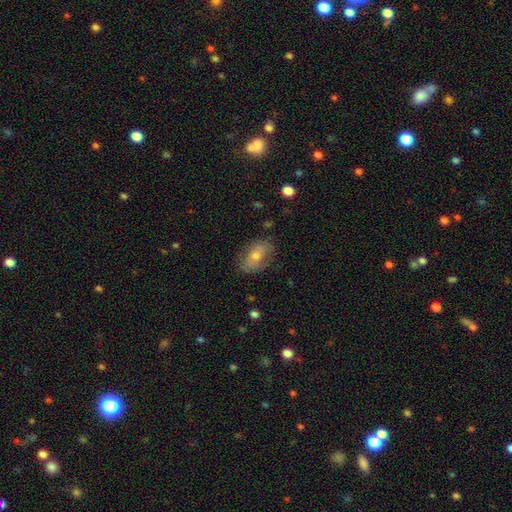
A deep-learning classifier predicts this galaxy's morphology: type=smooth (54%); roundness=in between (87%); merging=none (74%).